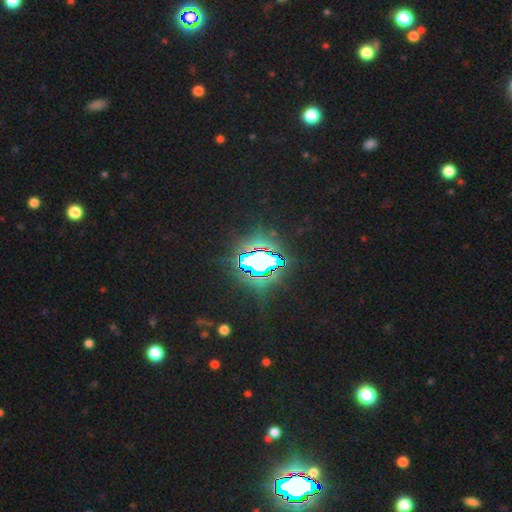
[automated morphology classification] smooth-or-featured: star or artifact: 84% | smooth: 10% | featured or disk: 7%